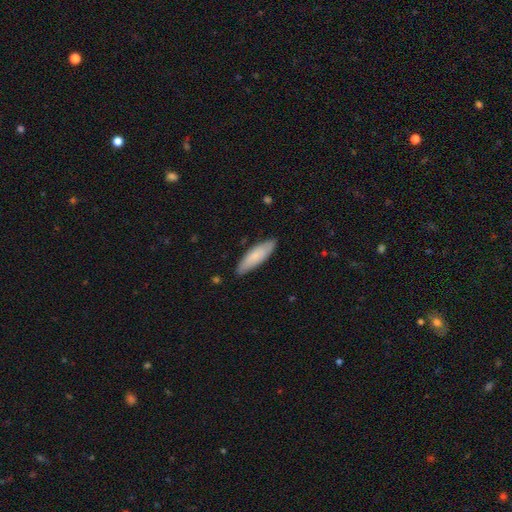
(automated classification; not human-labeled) Smooth or featured?
  - smooth: 77% *
  - featured or disk: 17%
  - star or artifact: 5%
How rounded?
  - cigar-shaped: 56% *
  - in between: 43%
  - round: 1%
Merging?
  - none: 84% *
  - minor disturbance: 13%
  - major disturbance: 2%
  - merger: 1%